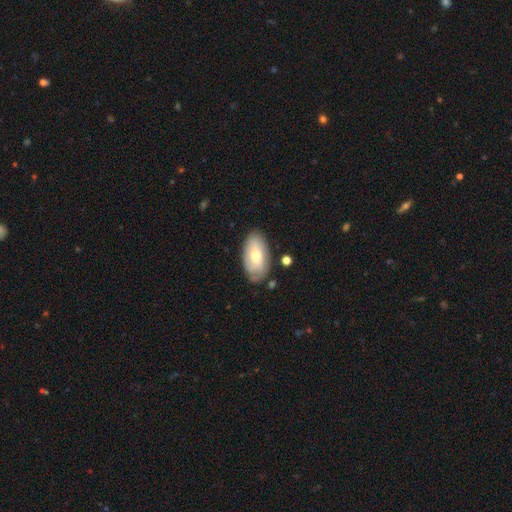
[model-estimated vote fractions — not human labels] This is possibly a smooth galaxy (59%). How rounded: clearly in between (93%). Merging: likely none (73%).